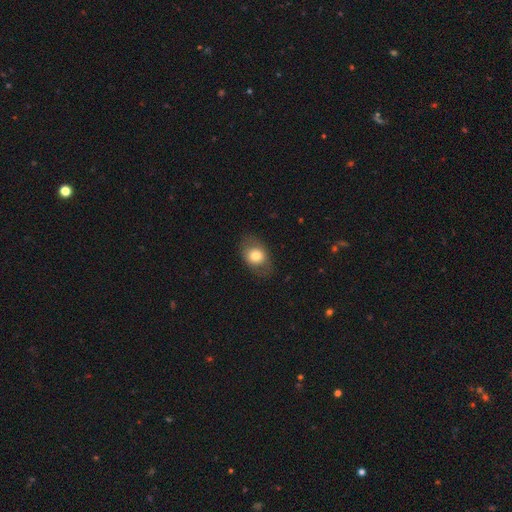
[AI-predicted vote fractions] This appears to be a smooth galaxy with no disk features (72%) that is in between round and cigar-shaped (65%). Merging: none (79%).